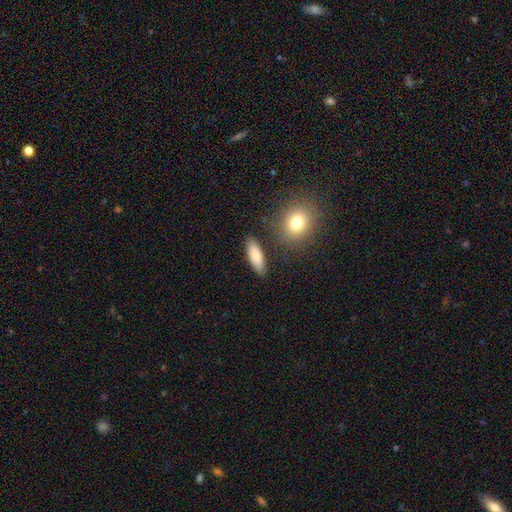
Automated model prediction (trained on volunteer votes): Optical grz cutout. It shows a smooth galaxy with no disk features (84%) that is in between round and cigar-shaped (60%). Merging: none (83%).